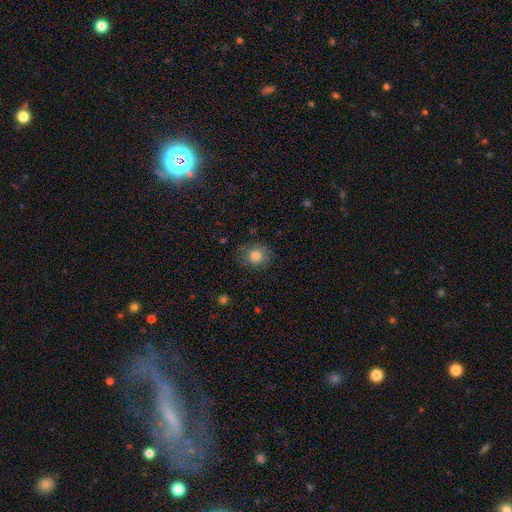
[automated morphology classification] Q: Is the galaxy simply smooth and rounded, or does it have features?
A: smooth — 80%.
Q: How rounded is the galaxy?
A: round — 77%.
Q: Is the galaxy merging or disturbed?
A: none — 70%.